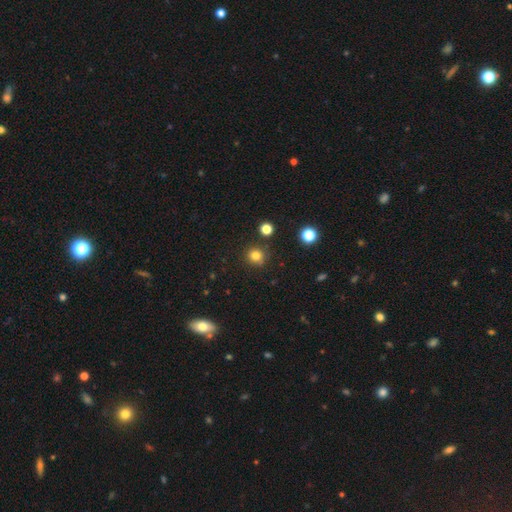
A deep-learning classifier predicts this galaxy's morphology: The model was most divided on "smooth or featured": smooth: 81%, star or artifact: 14%, featured or disk: 6%. More confident: how rounded — round (89%); merging — none (86%).